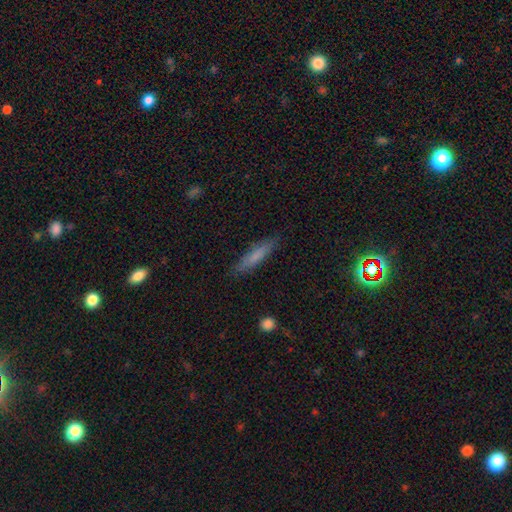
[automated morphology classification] This is likely a smooth galaxy (73%). How rounded: clearly cigar-shaped (84%). Merging: clearly none (85%).